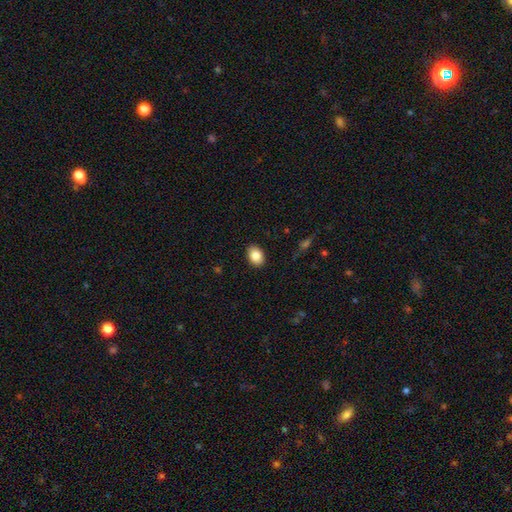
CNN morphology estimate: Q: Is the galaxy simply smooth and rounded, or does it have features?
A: smooth — 85%.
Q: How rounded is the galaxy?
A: in between — 76%.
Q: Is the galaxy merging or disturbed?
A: none — 89%.